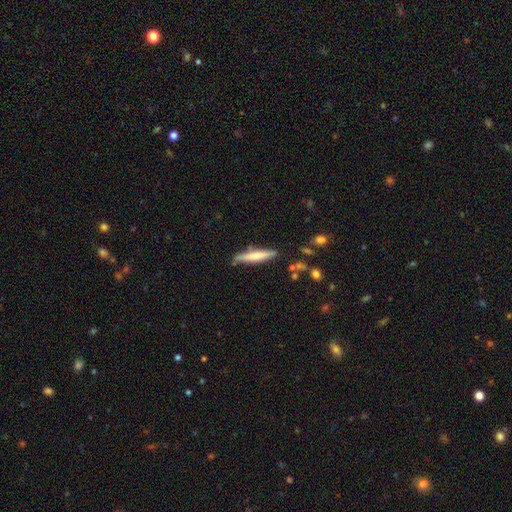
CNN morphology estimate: type=smooth (61%); roundness=cigar-shaped (91%); merging=none (80%).